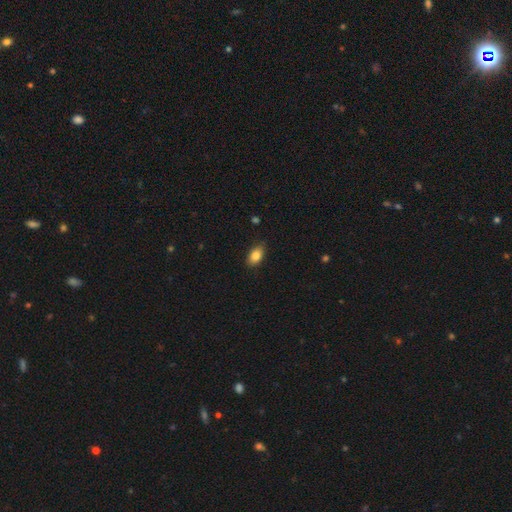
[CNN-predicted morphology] smooth-or-featured: smooth: 84% | star or artifact: 8% | featured or disk: 8%
  how-rounded: in between: 89% | round: 8% | cigar-shaped: 3%
  merging: none: 84% | minor disturbance: 13% | major disturbance: 2% | merger: 1%